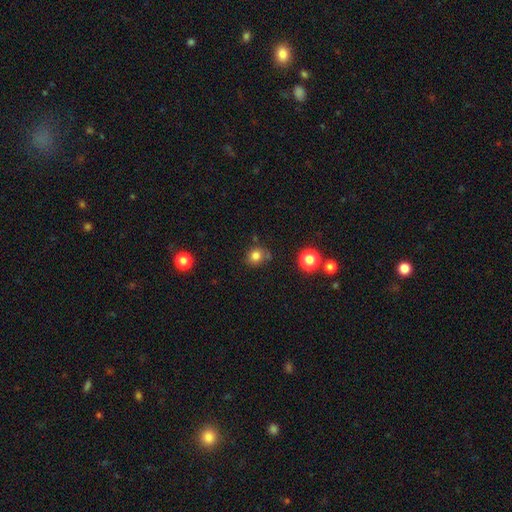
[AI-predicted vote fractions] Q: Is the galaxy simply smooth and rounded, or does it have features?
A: smooth — 80%.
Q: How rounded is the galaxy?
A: round — 79%.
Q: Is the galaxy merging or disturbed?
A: none — 72%.